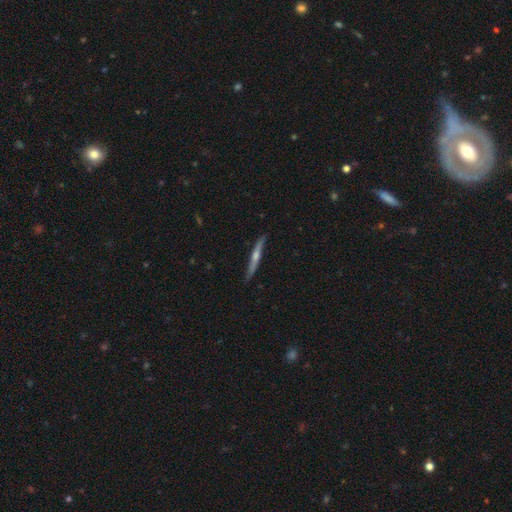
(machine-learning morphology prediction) Q: Smooth or featured?
A: featured or disk (70%); runner-up: smooth (25%)
Q: Edge-on disk?
A: yes (96%); runner-up: no (4%)
Q: Edge-on bulge?
A: rounded (80%); runner-up: none (13%)
Q: Merging?
A: none (85%); runner-up: minor disturbance (12%)